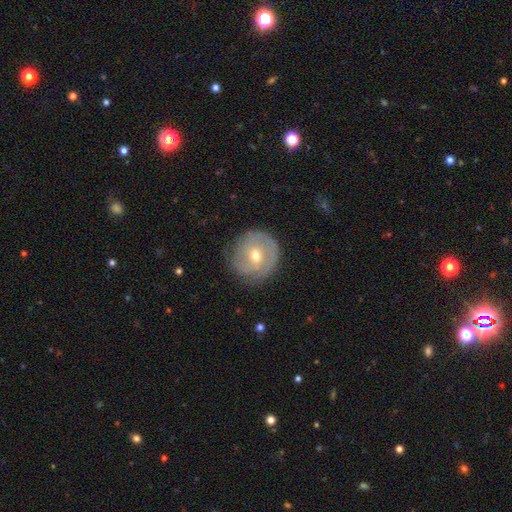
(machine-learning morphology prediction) featured or disk 59%, smooth 34%, star or artifact 7%. Down the decision tree: edge-on disk — no (96%); bar — no (55%); spiral arms — yes (72%); bulge size — moderate (73%); merging — none (76%).